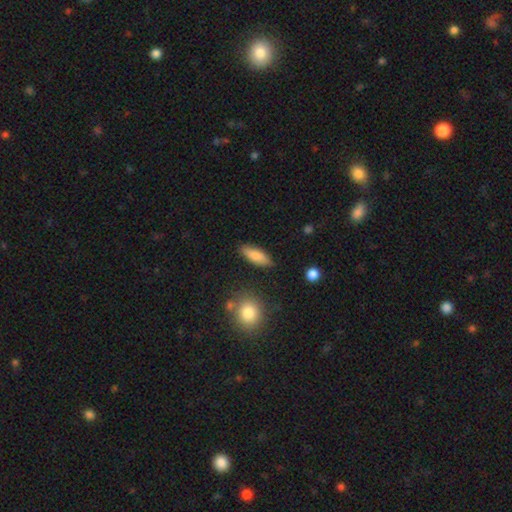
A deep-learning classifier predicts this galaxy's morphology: smooth 82%, featured or disk 12%, star or artifact 6%. Down the decision tree: how rounded — in between (56%); merging — none (84%).